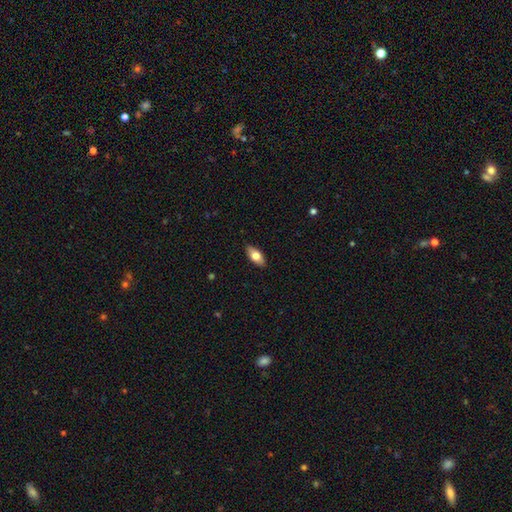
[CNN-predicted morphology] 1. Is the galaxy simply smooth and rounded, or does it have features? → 73% smooth, 20% featured or disk, 6% star or artifact.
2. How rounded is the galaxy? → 88% in between, 9% cigar-shaped, 3% round.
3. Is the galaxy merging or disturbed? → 89% none, 8% minor disturbance, 2% major disturbance, 1% merger.